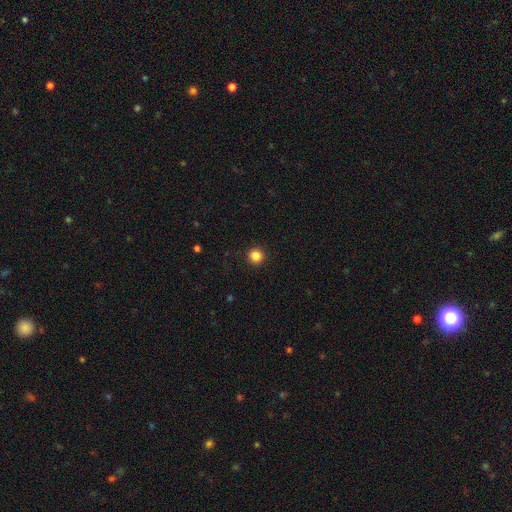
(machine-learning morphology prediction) This is clearly a smooth galaxy (85%). How rounded: clearly round (95%). Merging: clearly none (93%).